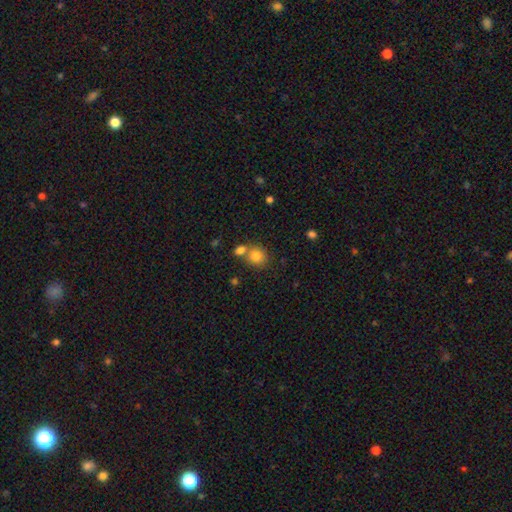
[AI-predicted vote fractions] Smooth or featured? Predicted: smooth (p=0.81). How rounded? Predicted: round (p=0.80). Merging? Predicted: none (p=0.56).